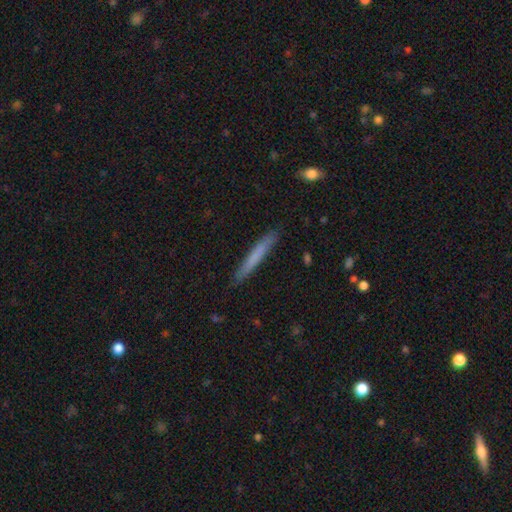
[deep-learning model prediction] This appears to be a smooth galaxy with no disk features (69%) that is cigar-shaped (96%). Merging: none (88%).